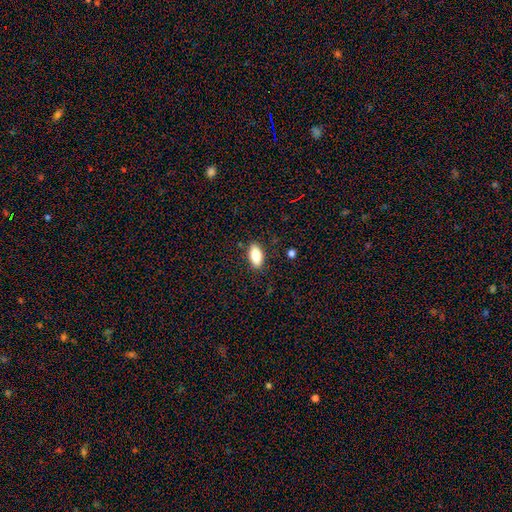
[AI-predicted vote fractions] smooth 81%, featured or disk 12%, star or artifact 7%. Down the decision tree: how rounded — in between (89%); merging — none (86%).